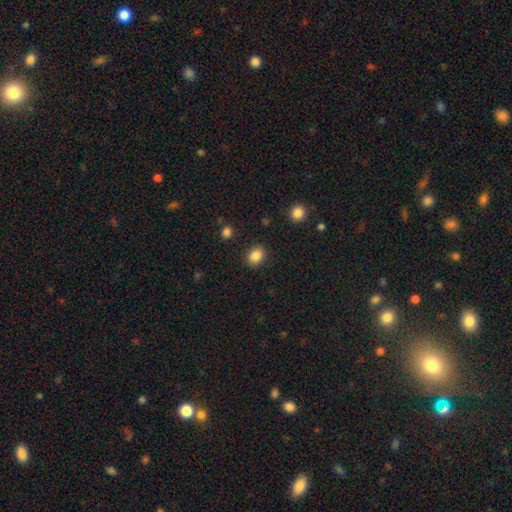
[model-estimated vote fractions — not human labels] This is clearly a smooth galaxy (86%). How rounded: possibly in between (57%). Merging: clearly none (87%).